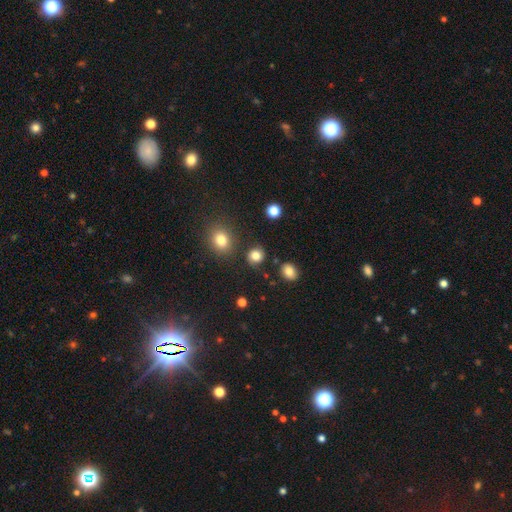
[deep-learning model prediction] Overall: smooth (81%). How rounded: round (82%). Merging: none (83%).